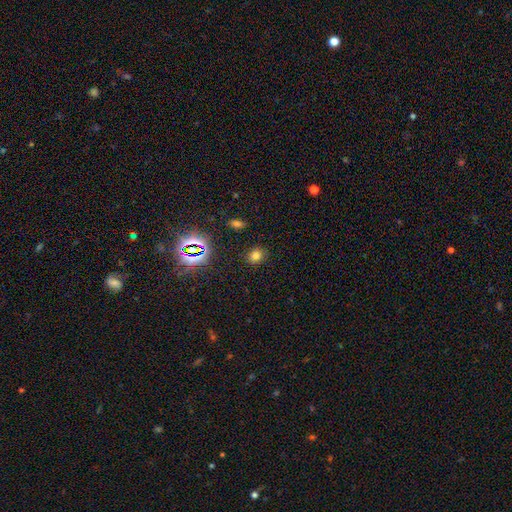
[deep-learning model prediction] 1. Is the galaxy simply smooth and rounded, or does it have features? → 71% smooth, 22% star or artifact, 8% featured or disk.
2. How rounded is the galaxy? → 64% round, 34% in between, 1% cigar-shaped.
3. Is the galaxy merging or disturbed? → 86% none, 9% minor disturbance, 3% major disturbance, 2% merger.